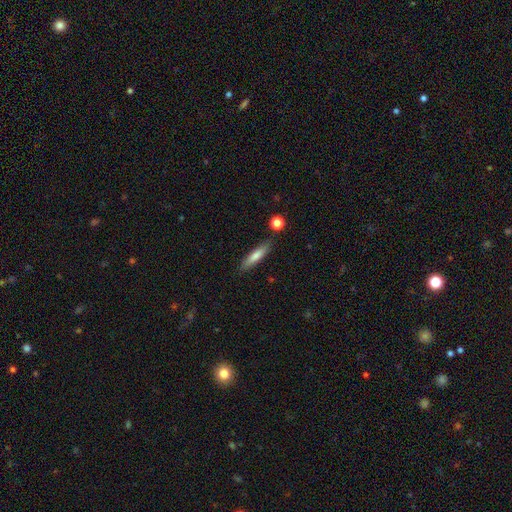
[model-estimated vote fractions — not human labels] A smooth galaxy with no disk features (69%) that is cigar-shaped (83%).

Vote fractions:
- Smooth or featured? smooth: 69% / featured or disk: 24% / star or artifact: 7%
- How rounded? cigar-shaped: 83% / in between: 15% / round: 2%
- Merging? none: 84% / minor disturbance: 11% / merger: 3% / major disturbance: 2%